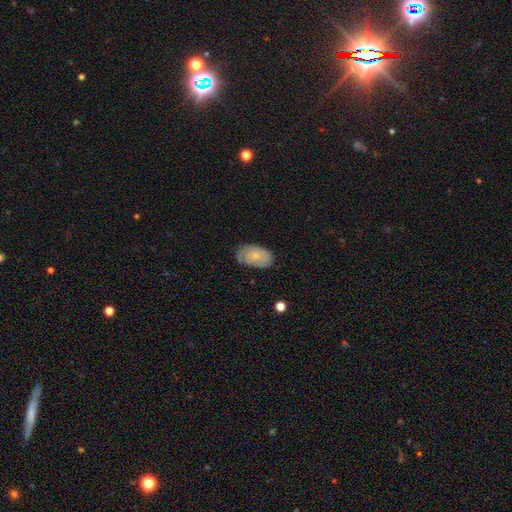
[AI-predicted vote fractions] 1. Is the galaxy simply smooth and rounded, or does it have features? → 51% smooth, 43% featured or disk, 7% star or artifact.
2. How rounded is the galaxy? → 92% in between, 6% round, 2% cigar-shaped.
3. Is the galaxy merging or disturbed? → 74% none, 21% minor disturbance, 4% major disturbance, 1% merger.